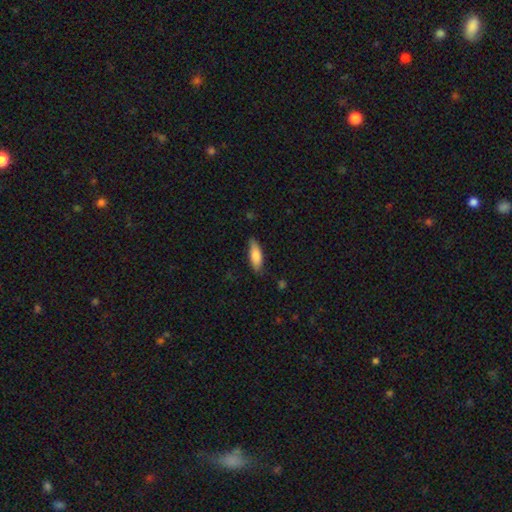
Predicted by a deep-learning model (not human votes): smooth 81%, featured or disk 13%, star or artifact 6%. Down the decision tree: how rounded — in between (57%); merging — none (77%).